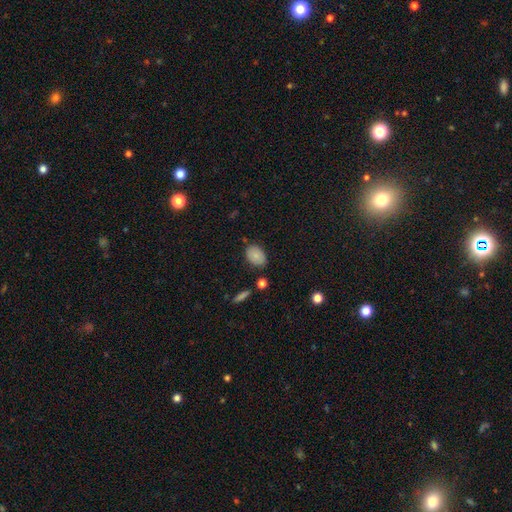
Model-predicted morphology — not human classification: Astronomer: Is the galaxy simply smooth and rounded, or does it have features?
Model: smooth — 84%.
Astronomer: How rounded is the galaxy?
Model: in between — 85%.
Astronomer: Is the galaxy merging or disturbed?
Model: none — 77%.